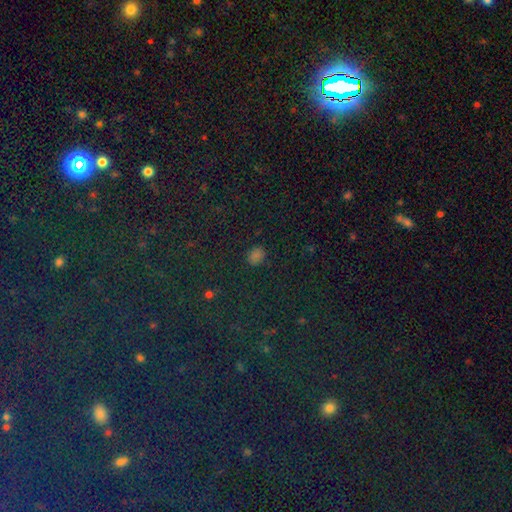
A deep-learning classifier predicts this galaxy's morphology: Overall: smooth (66%; star or artifact 29%). How rounded: in between (62%; round 36%). Merging: none (84%).